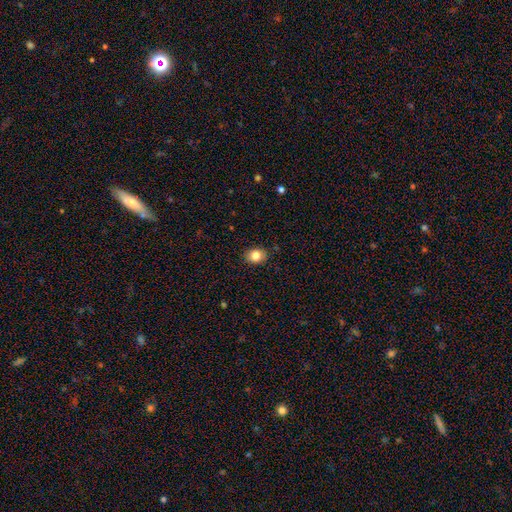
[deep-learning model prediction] Smooth or featured? smooth (83%)
How rounded? round (53%)
Merging? none (87%)